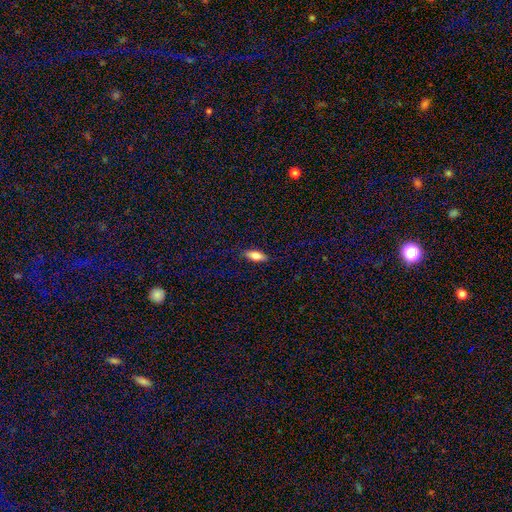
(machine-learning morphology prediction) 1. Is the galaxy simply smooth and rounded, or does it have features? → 74% smooth, 20% featured or disk, 7% star or artifact.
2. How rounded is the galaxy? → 71% in between, 26% cigar-shaped, 2% round.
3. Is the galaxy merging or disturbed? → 87% none, 9% minor disturbance, 2% major disturbance, 1% merger.